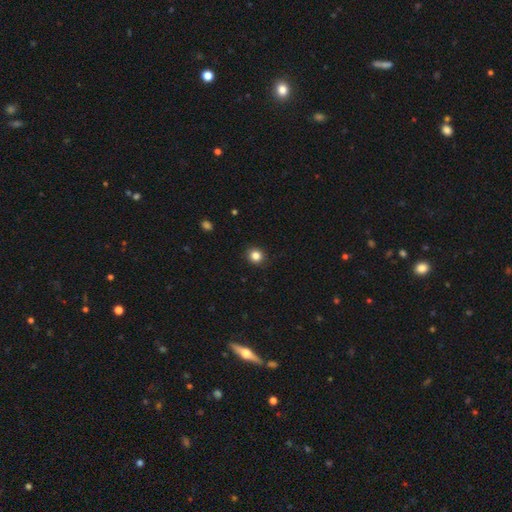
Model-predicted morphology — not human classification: Overall: smooth (84%). How rounded: round (85%). Merging: none (90%).